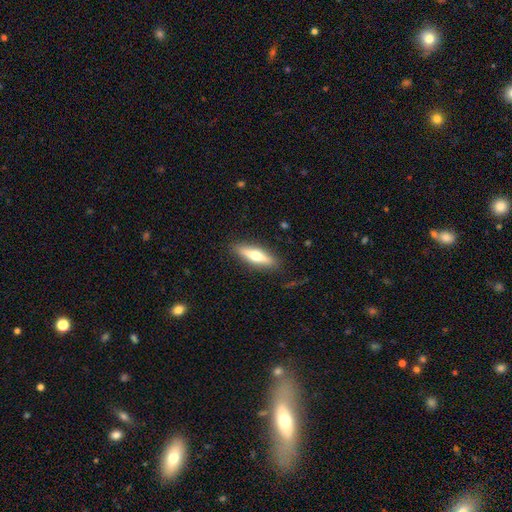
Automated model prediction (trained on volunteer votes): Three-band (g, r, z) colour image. It shows a smooth galaxy with no disk features (52%) that is cigar-shaped (66%). Merging: none (87%).